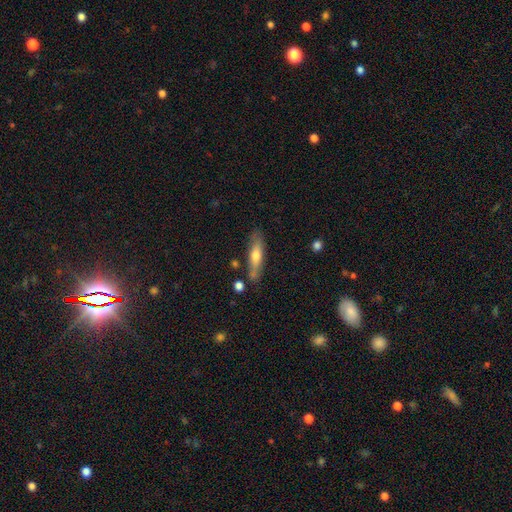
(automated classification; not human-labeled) Smooth or featured?
  - smooth: 57% *
  - featured or disk: 37%
  - star or artifact: 6%
How rounded?
  - cigar-shaped: 72% *
  - in between: 26%
  - round: 2%
Merging?
  - none: 76% *
  - minor disturbance: 15%
  - merger: 5%
  - major disturbance: 3%